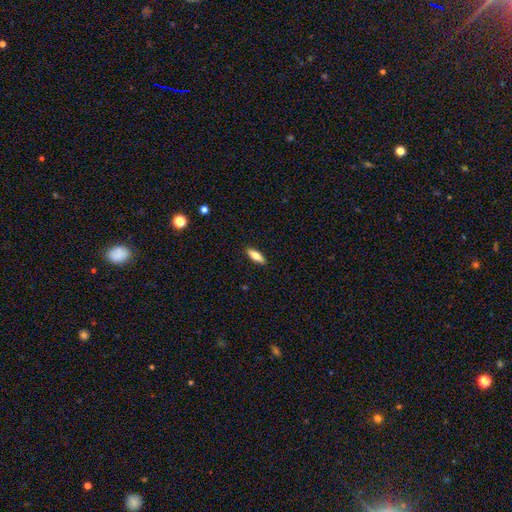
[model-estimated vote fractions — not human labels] Morphology: type=smooth (69%); roundness=in between (60%); merging=none (90%).